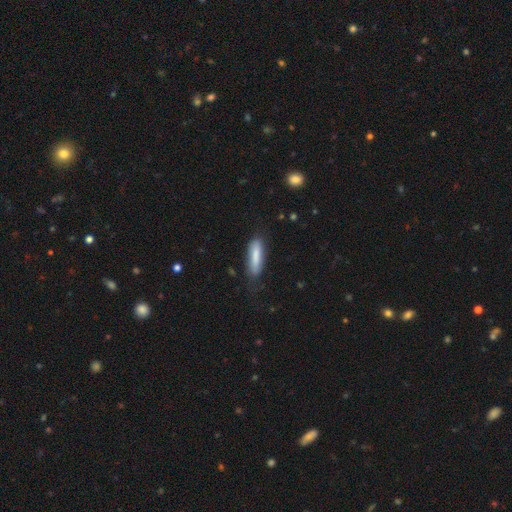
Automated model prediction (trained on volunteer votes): This appears to be a smooth galaxy with no disk features (79%) that is cigar-shaped (64%). Merging: none (67%).